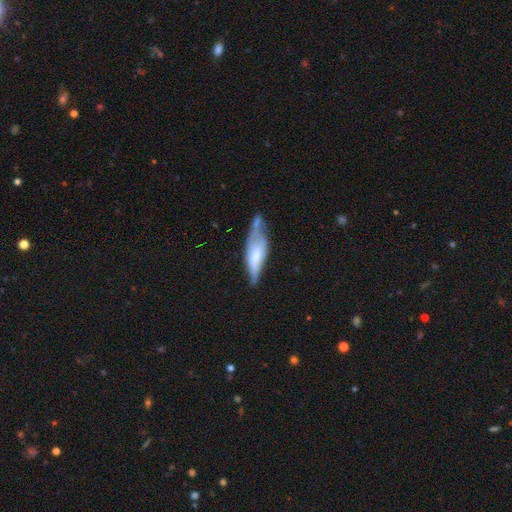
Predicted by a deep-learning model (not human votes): Overall: smooth (55%; featured or disk 39%). How rounded: cigar-shaped (50%; in between 48%). Merging: minor disturbance (34%; none 29%).